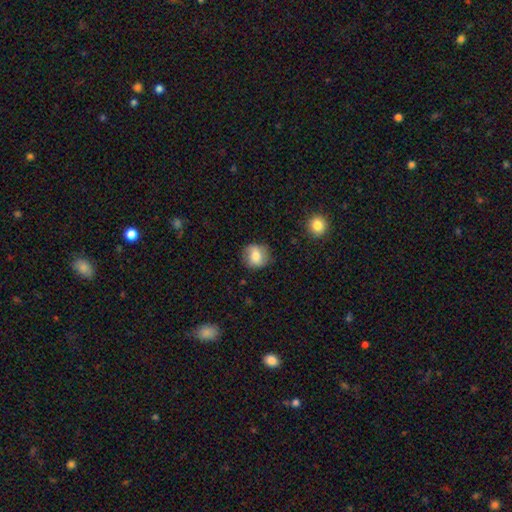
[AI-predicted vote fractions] Overall: smooth (69%). How rounded: round (82%). Merging: none (79%).